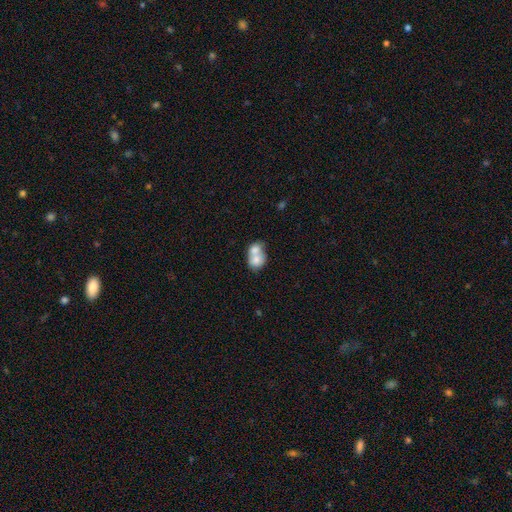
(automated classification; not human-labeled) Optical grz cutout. It shows a smooth galaxy with no disk features (69%) that is in between round and cigar-shaped (52%). Merging: merger (72%).